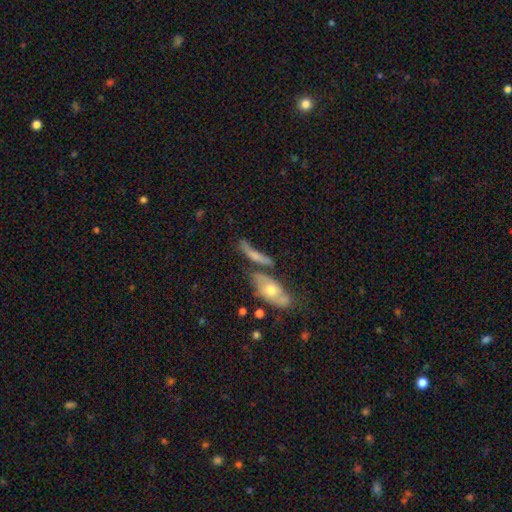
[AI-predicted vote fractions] A smooth galaxy with no disk features (55%) that is cigar-shaped (60%).

Vote fractions:
- Smooth or featured? smooth: 55% / featured or disk: 36% / star or artifact: 9%
- How rounded? cigar-shaped: 60% / in between: 35% / round: 5%
- Merging? none: 41% / merger: 30% / minor disturbance: 18% / major disturbance: 11%